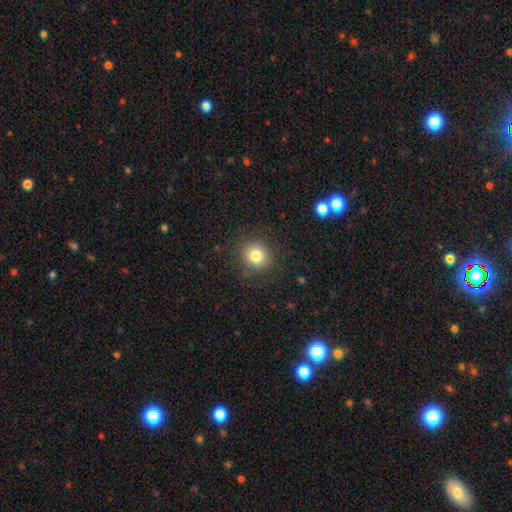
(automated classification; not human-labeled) Smooth or featured? smooth (80%)
How rounded? round (87%)
Merging? none (87%)